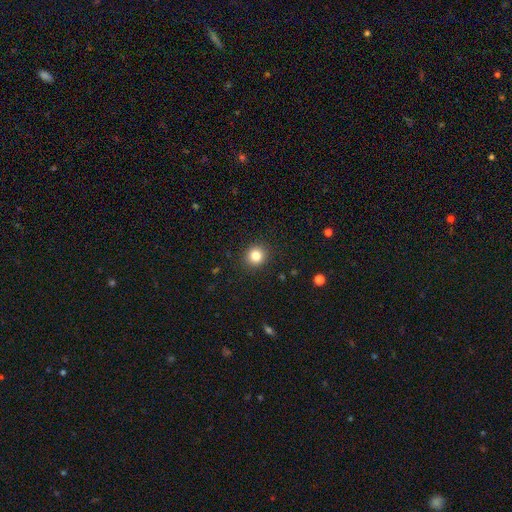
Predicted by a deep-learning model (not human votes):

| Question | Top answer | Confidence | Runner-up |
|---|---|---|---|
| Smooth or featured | smooth | 83% | star or artifact (11%) |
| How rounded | round | 91% | in between (9%) |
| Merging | none | 91% | minor disturbance (6%) |